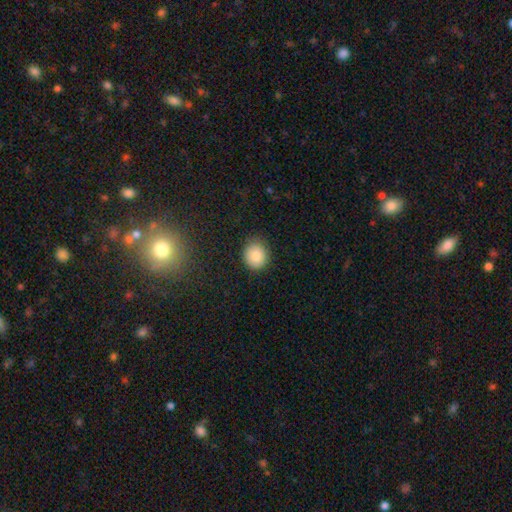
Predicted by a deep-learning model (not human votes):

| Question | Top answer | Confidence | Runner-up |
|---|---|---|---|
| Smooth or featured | smooth | 84% | star or artifact (9%) |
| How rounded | round | 78% | in between (21%) |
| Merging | none | 85% | minor disturbance (11%) |